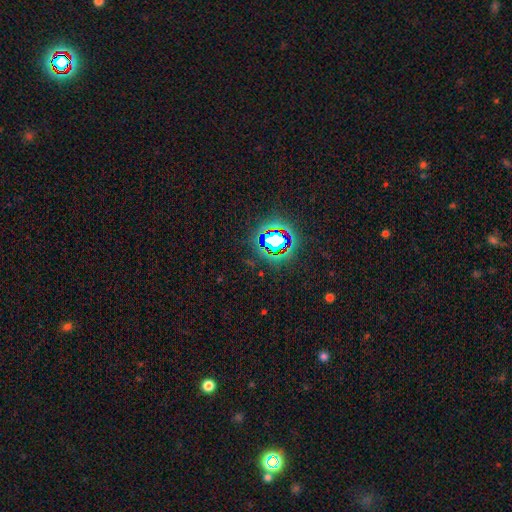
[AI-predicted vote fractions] Overall: star or artifact (81%).